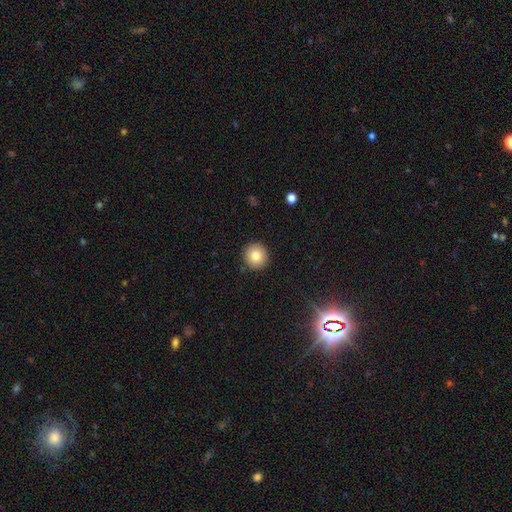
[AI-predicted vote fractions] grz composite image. It shows a smooth galaxy with no disk features (82%) that is round (94%). Merging: none (92%).